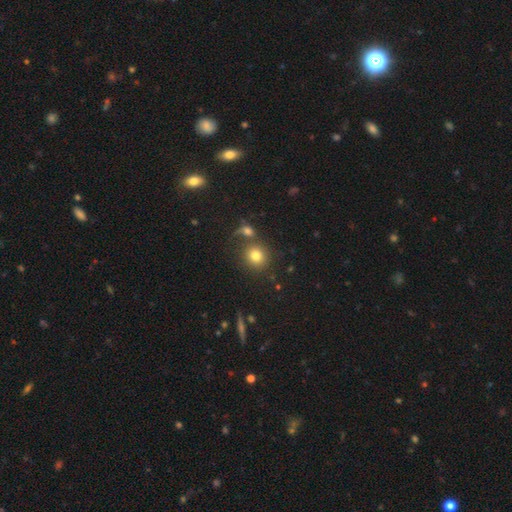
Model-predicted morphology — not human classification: Overall: smooth (79%). How rounded: round (85%). Merging: none (71%).